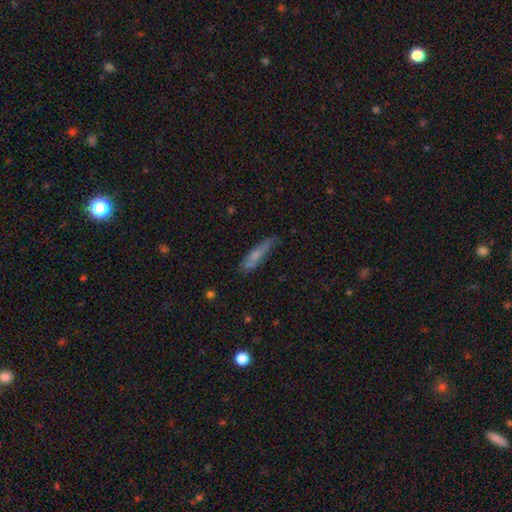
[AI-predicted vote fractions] Smooth or featured? Predicted: smooth (p=0.63). How rounded? Predicted: cigar-shaped (p=0.77). Merging? Predicted: none (p=0.69).